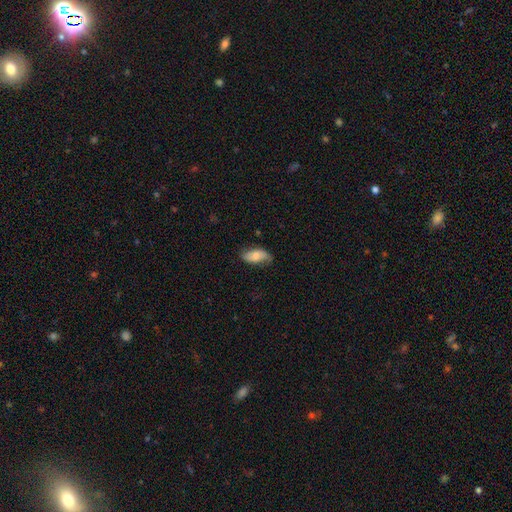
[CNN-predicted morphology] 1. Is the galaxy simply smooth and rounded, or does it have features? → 61% smooth, 32% featured or disk, 7% star or artifact.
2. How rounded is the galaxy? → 91% in between, 6% cigar-shaped, 3% round.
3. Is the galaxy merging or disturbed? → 68% none, 24% minor disturbance, 6% major disturbance, 1% merger.